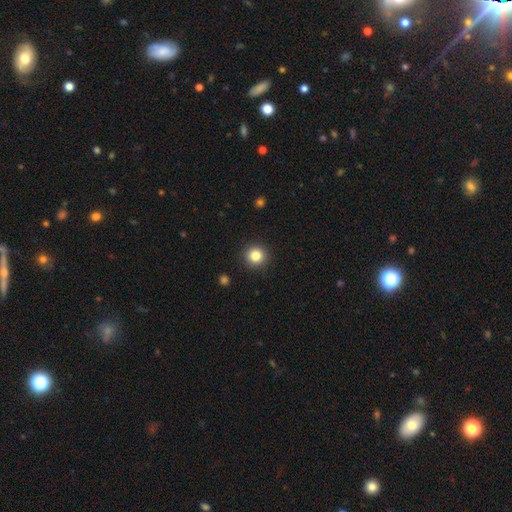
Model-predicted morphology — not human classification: A smooth galaxy with no disk features (83%) that is round (94%). Merging: none (92%).